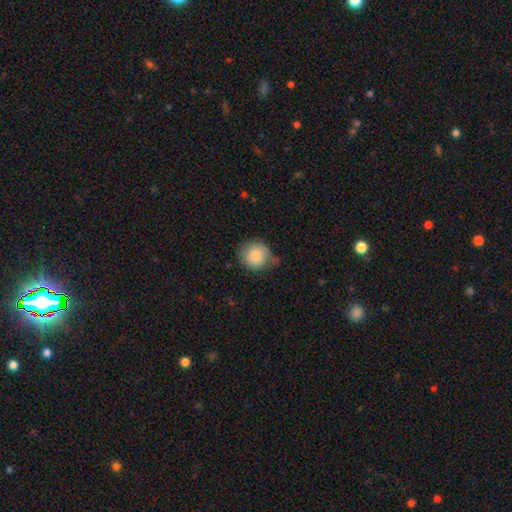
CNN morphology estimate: This appears to be a smooth galaxy with no disk features (84%) that is round (87%). Merging: none (55%).